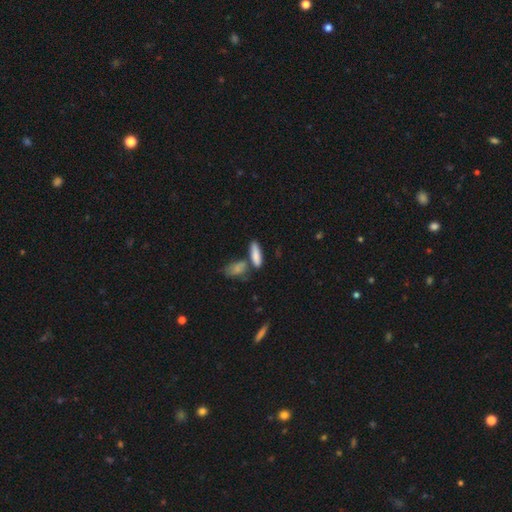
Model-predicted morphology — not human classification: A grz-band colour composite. It shows a smooth galaxy with no disk features (81%) that is cigar-shaped (49%). Merging: none (56%).